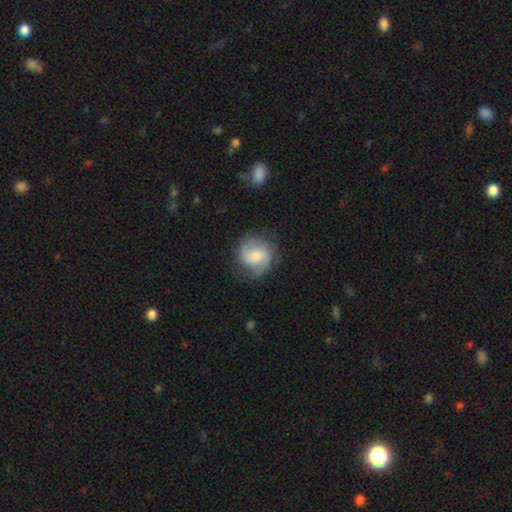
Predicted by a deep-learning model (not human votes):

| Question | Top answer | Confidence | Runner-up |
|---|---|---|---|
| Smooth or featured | featured or disk | 68% | smooth (25%) |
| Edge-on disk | no | 98% | yes (2%) |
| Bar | weak | 46% | no (44%) |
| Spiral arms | yes | 94% | no (6%) |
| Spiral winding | medium | 49% | loose (29%) |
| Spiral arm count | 2 | 86% | can't tell (6%) |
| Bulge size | moderate | 42% | small (39%) |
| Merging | none | 76% | minor disturbance (16%) |